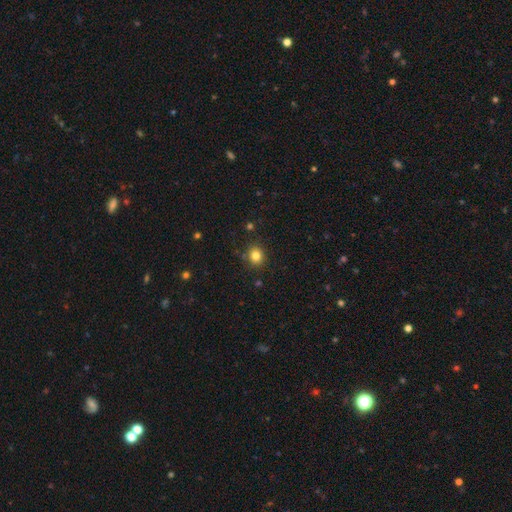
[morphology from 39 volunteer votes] smooth 85%, star or artifact 10%, featured or disk 5%. Down the decision tree: how rounded — round (79%); merging — none (86%).